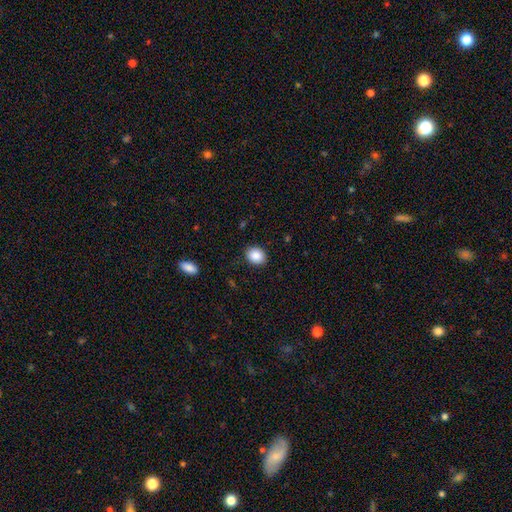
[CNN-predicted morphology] The model was most divided on "how rounded": round: 58%, in between: 41%, cigar-shaped: 1%. More confident: smooth or featured — smooth (89%); merging — none (89%).